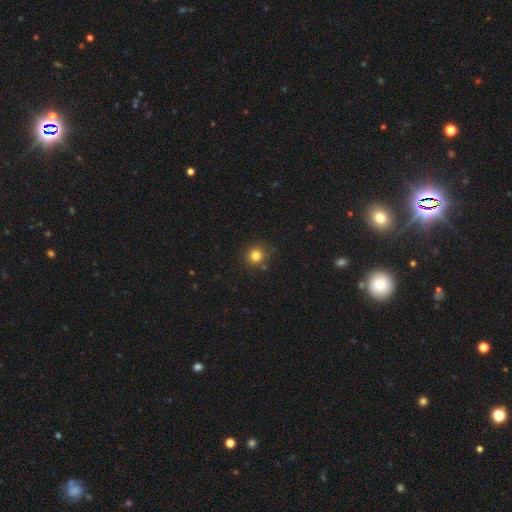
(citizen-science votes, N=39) This appears to be a smooth galaxy with no disk features (79%) that is round (90%). Merging: none (84%).